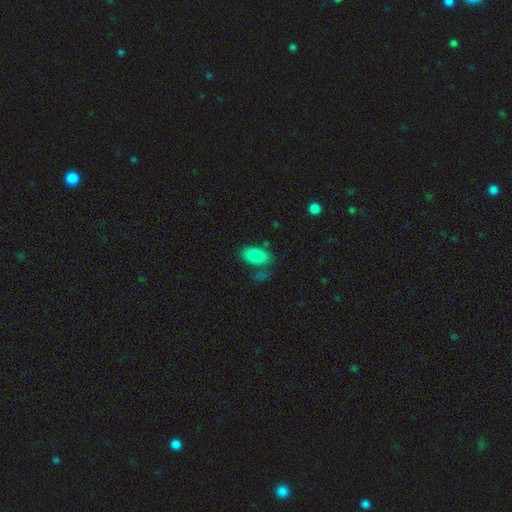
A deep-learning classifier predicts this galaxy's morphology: Smooth or featured: smooth — 85% (featured or disk — 8%)
How rounded: in between — 93% (round — 5%)
Merging: none — 63% (minor disturbance — 18%)